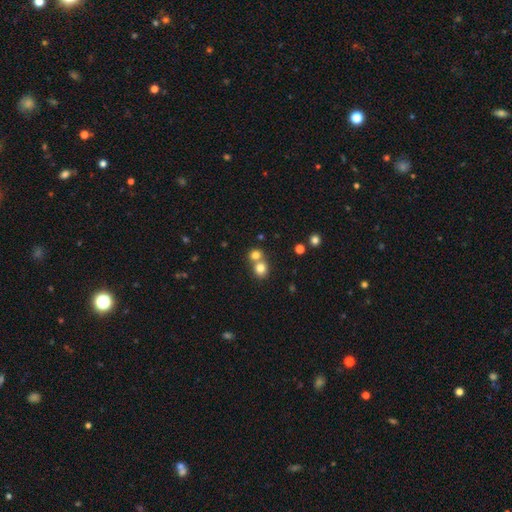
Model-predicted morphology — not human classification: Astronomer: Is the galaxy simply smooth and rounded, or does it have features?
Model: smooth — 78%.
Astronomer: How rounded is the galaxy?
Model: round — 80%.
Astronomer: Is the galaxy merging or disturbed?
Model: merger — 53% (runner-up: none, 40%).